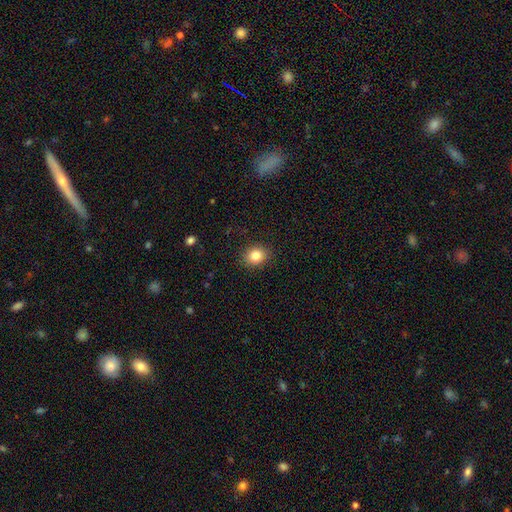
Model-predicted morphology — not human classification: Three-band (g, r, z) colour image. It shows a smooth galaxy with no disk features (83%) that is round (61%). Merging: none (88%).